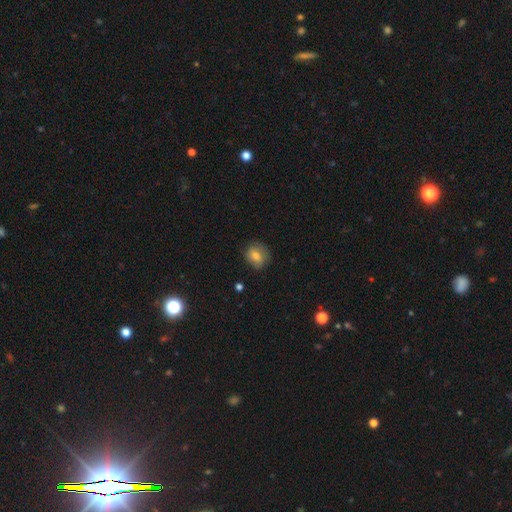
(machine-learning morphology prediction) smooth 75%, featured or disk 16%, star or artifact 9%. Down the decision tree: how rounded — round (70%); merging — none (75%).